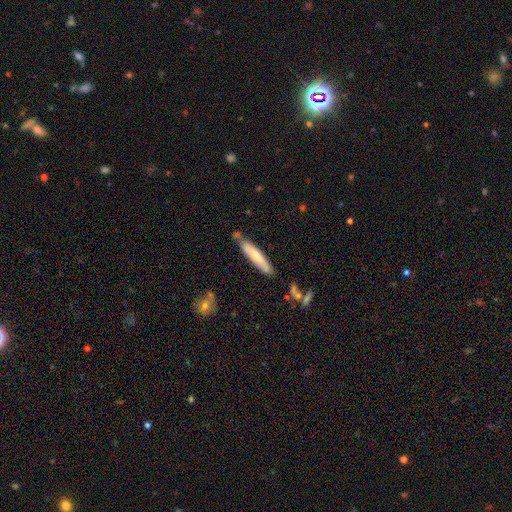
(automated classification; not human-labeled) Overall: smooth (69%). How rounded: cigar-shaped (89%). Merging: none (72%).